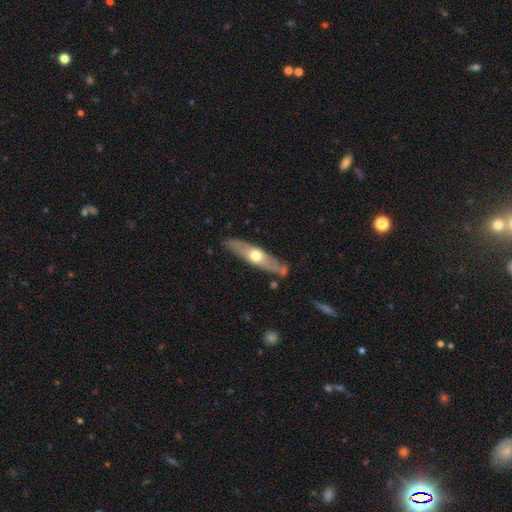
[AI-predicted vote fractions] A featured or disk galaxy (56%) viewed edge-on (75%). Merging: none (81%).